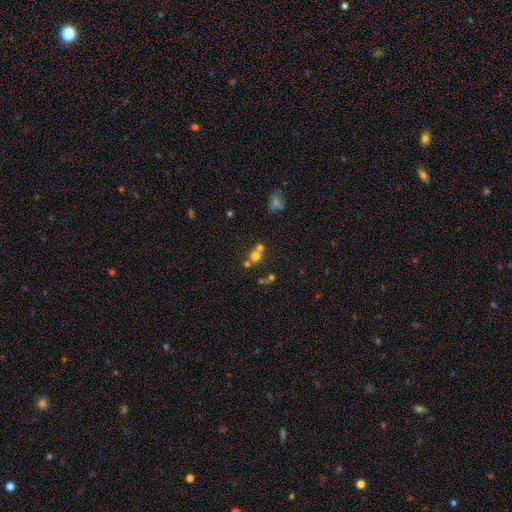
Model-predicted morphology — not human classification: Smooth or featured? Predicted: smooth (p=0.66). How rounded? Predicted: round (p=0.79). Merging? Predicted: merger (p=0.47).